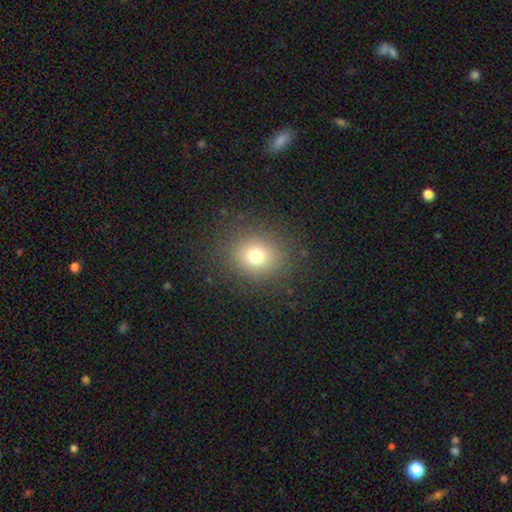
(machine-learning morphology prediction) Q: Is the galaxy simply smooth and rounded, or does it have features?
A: smooth — 74%.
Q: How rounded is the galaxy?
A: round — 80%.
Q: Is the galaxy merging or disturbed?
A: none — 86%.